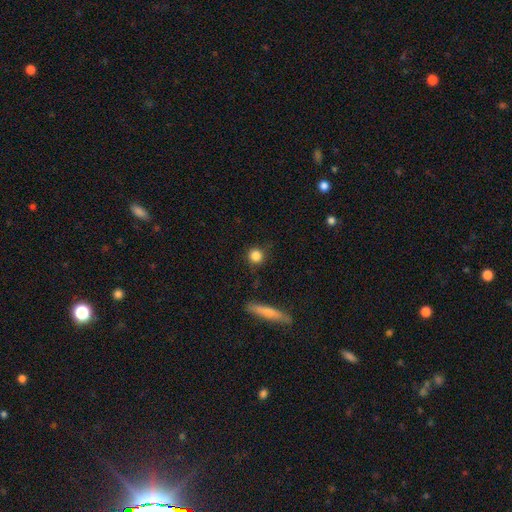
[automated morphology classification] Q: Smooth or featured?
A: smooth (84%); runner-up: star or artifact (9%)
Q: How rounded?
A: round (90%); runner-up: in between (7%)
Q: Merging?
A: none (84%); runner-up: minor disturbance (11%)